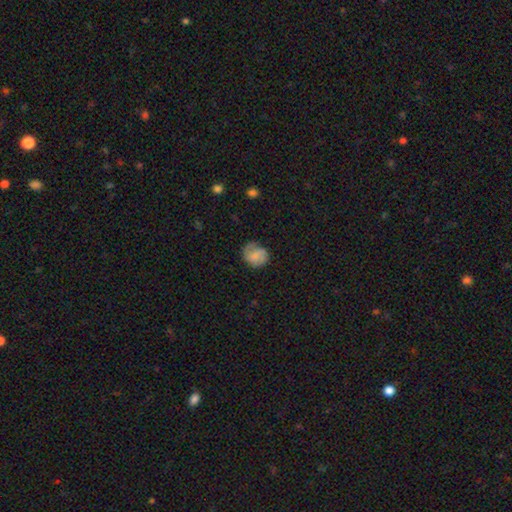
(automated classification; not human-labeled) The model was most divided on "merging": none: 58%, minor disturbance: 29%, major disturbance: 12%, merger: 2%. More confident: smooth or featured — smooth (74%); how rounded — round (71%).